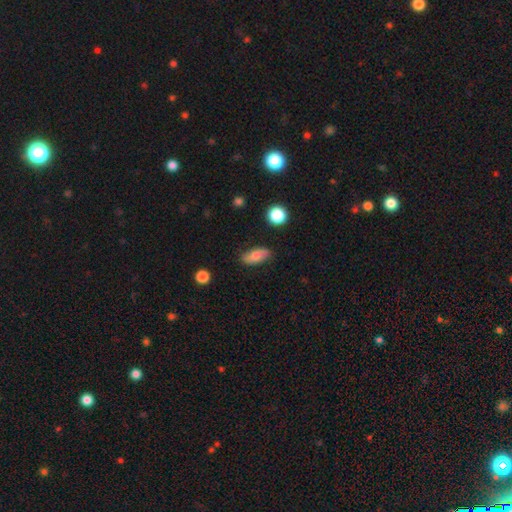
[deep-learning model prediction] Overall: smooth (73%). How rounded: in between (84%). Merging: none (79%).